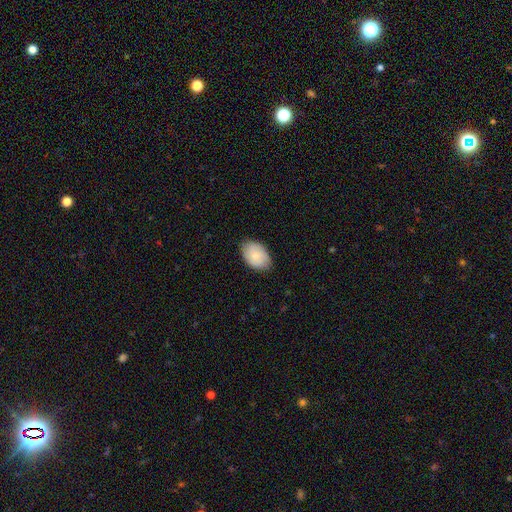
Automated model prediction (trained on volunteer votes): Q: Smooth or featured?
A: smooth (79%); runner-up: featured or disk (15%)
Q: How rounded?
A: in between (86%); runner-up: round (13%)
Q: Merging?
A: none (81%); runner-up: minor disturbance (16%)